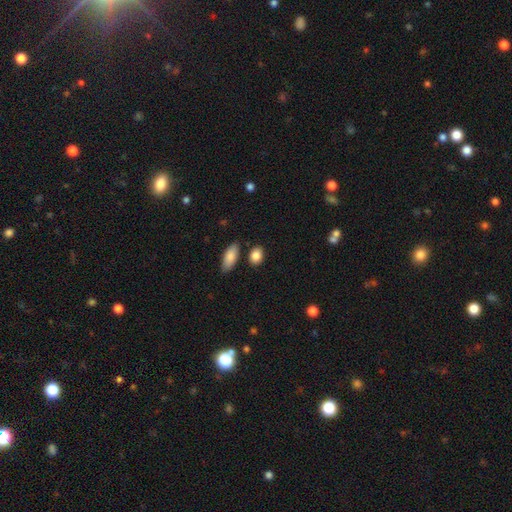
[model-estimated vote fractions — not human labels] Smooth or featured? smooth (87%)
How rounded? in between (66%)
Merging? none (81%)